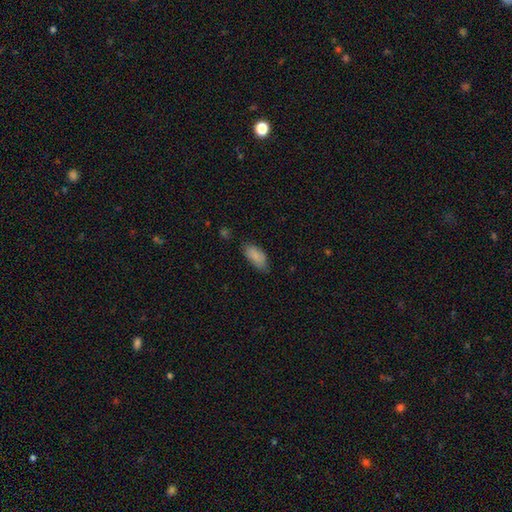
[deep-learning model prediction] This appears to be a smooth galaxy with no disk features (85%) that is in between round and cigar-shaped (90%). Merging: none (67%).